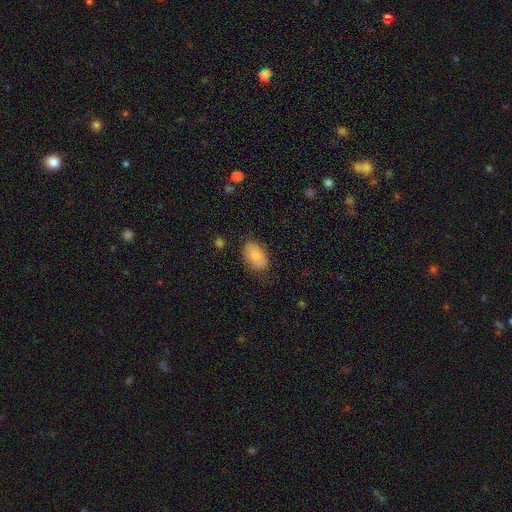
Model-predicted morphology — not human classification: smooth-or-featured: smooth: 85% | featured or disk: 8% | star or artifact: 7%
  how-rounded: in between: 92% | round: 6% | cigar-shaped: 2%
  merging: none: 79% | minor disturbance: 16% | major disturbance: 4% | merger: 1%